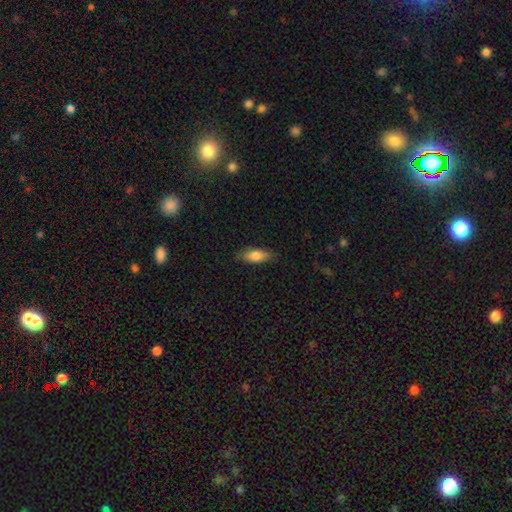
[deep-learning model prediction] A smooth galaxy with no disk features (79%) that is in between round and cigar-shaped (72%). Merging: none (83%).